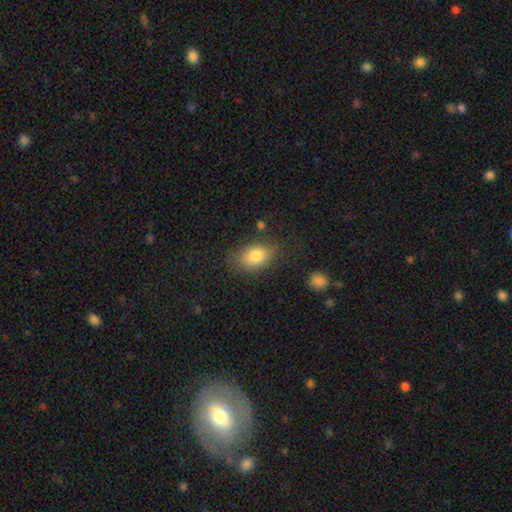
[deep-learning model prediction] This is clearly a smooth galaxy (81%). How rounded: likely in between (77%). Merging: likely none (71%).